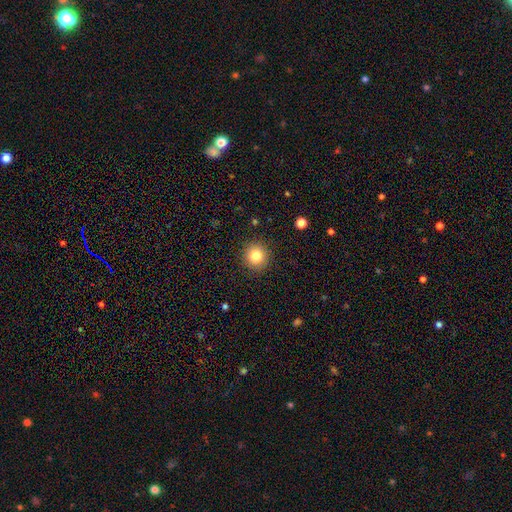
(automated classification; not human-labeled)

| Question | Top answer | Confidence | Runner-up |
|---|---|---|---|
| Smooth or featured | smooth | 82% | star or artifact (11%) |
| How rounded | round | 94% | in between (5%) |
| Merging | none | 91% | minor disturbance (6%) |